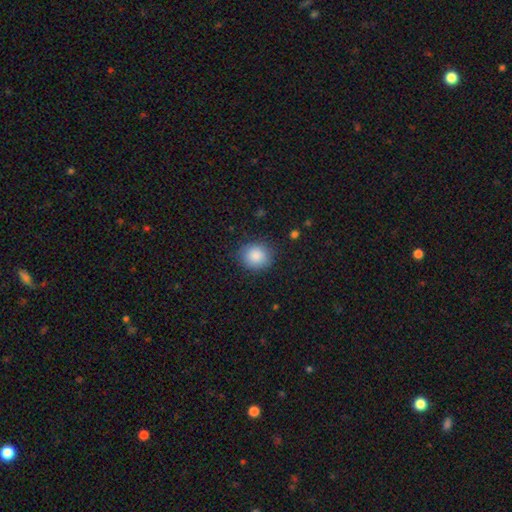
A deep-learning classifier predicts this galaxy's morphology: The model was most divided on "how rounded": round: 82%, in between: 17%, cigar-shaped: 1%. More confident: smooth or featured — smooth (87%); merging — none (86%).